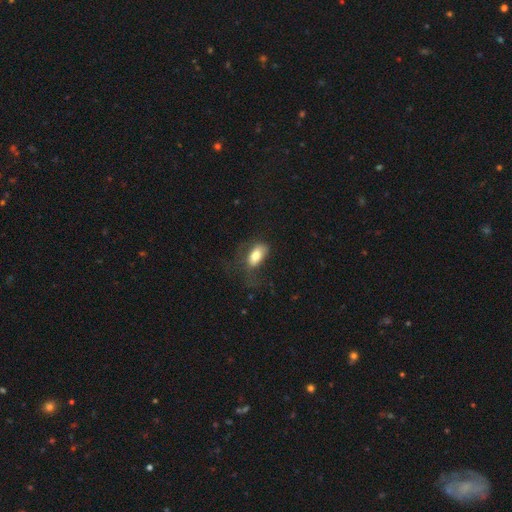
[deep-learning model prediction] smooth 77%, featured or disk 15%, star or artifact 8%. Down the decision tree: how rounded — in between (90%); merging — none (42%).